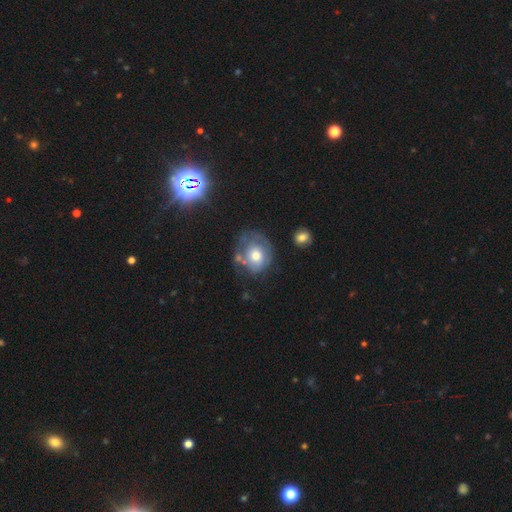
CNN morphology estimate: A smooth galaxy with no disk features (51%) that is round (65%). Merging: none (48%).